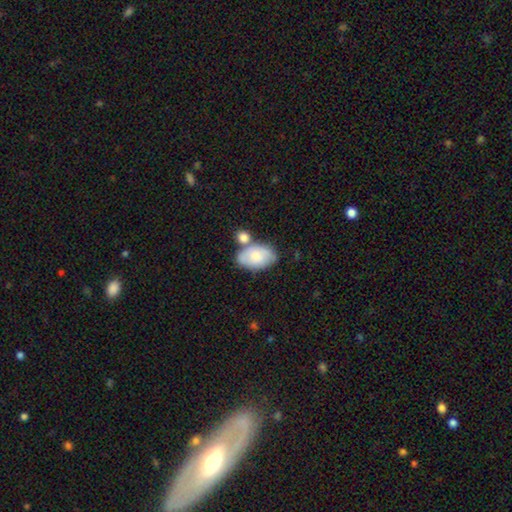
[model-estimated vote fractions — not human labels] Q: Smooth or featured?
A: smooth (71%); runner-up: featured or disk (23%)
Q: How rounded?
A: in between (92%); runner-up: round (7%)
Q: Merging?
A: none (49%); runner-up: merger (24%)